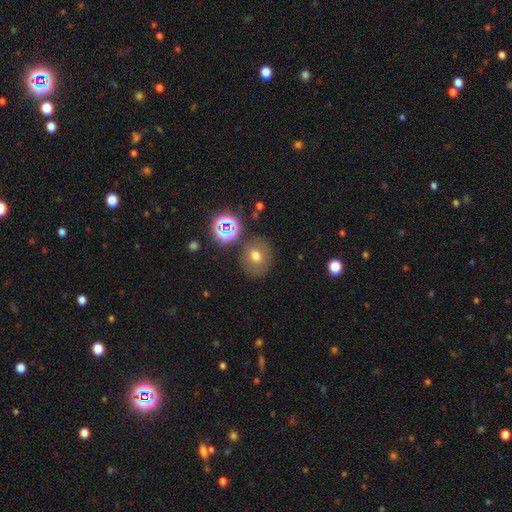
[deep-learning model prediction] smooth-or-featured: smooth: 66% | star or artifact: 18% | featured or disk: 16%
  how-rounded: round: 71% | in between: 28% | cigar-shaped: 1%
  merging: none: 77% | minor disturbance: 11% | merger: 7% | major disturbance: 5%